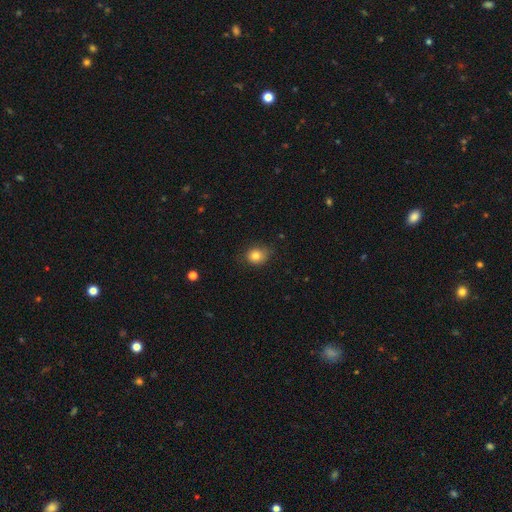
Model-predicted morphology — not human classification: A smooth galaxy with no disk features (81%) that is round (65%). Merging: none (73%).